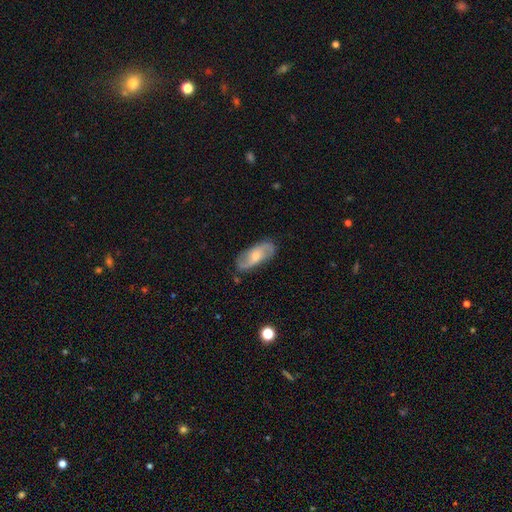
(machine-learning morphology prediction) The model was most divided on "bar": no: 45%, weak: 44%, strong: 11%. Remaining: spiral arms — yes (93%); edge-on disk — no (91%); spiral arm count — 2 (88%); merging — none (82%); smooth or featured — featured or disk (72%); bulge size — moderate (53%); spiral winding — loose (43%).